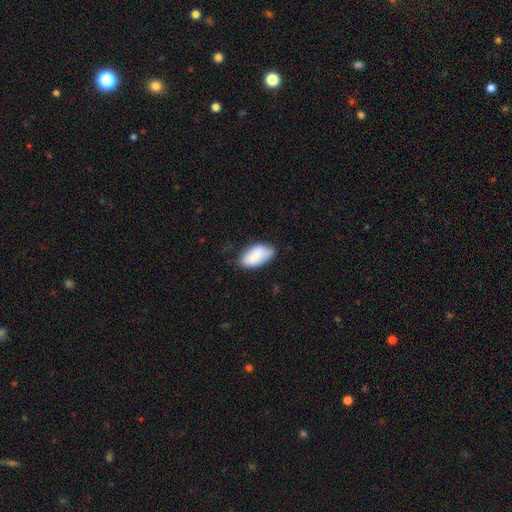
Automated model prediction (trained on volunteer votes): smooth 83%, featured or disk 11%, star or artifact 6%. Down the decision tree: how rounded — in between (95%); merging — none (64%).